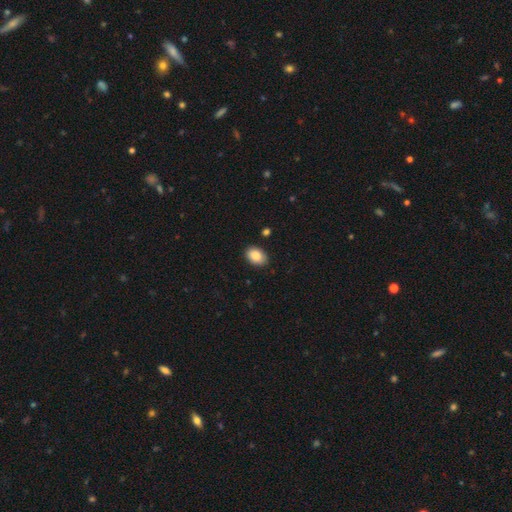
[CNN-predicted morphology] Smooth or featured? Predicted: smooth (p=0.87). How rounded? Predicted: in between (p=0.81). Merging? Predicted: none (p=0.88).